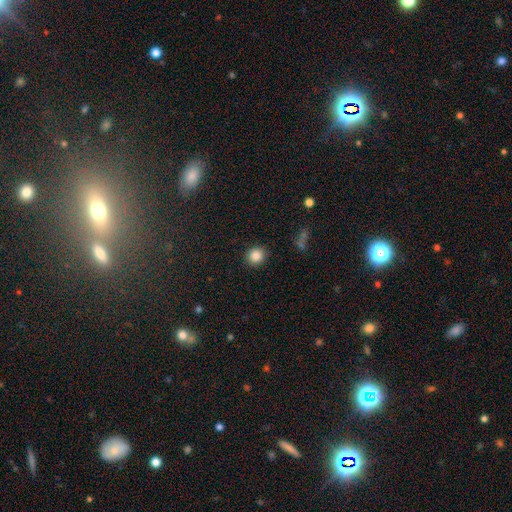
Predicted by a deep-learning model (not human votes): Q: Smooth or featured?
A: smooth (86%); runner-up: star or artifact (10%)
Q: How rounded?
A: round (84%); runner-up: in between (15%)
Q: Merging?
A: none (90%); runner-up: minor disturbance (7%)